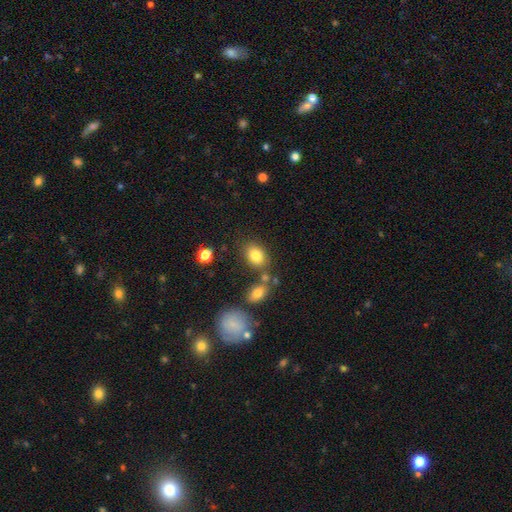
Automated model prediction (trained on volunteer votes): Smooth or featured?
  - smooth: 81% *
  - star or artifact: 10%
  - featured or disk: 9%
How rounded?
  - in between: 75% *
  - round: 24%
  - cigar-shaped: 1%
Merging?
  - none: 70% *
  - minor disturbance: 14%
  - merger: 11%
  - major disturbance: 5%